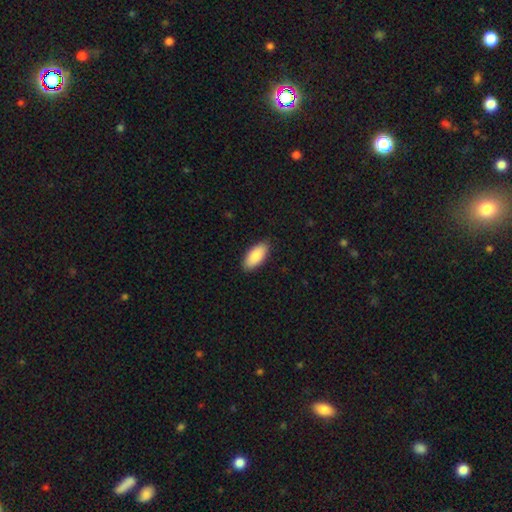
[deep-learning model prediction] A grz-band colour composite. It shows a smooth galaxy with no disk features (87%) that is in between round and cigar-shaped (91%). Merging: none (89%).